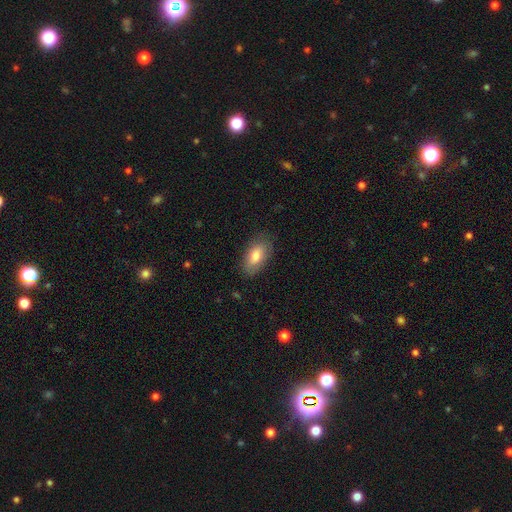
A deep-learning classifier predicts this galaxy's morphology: This is likely a smooth galaxy (78%). How rounded: clearly in between (91%). Merging: clearly none (80%).